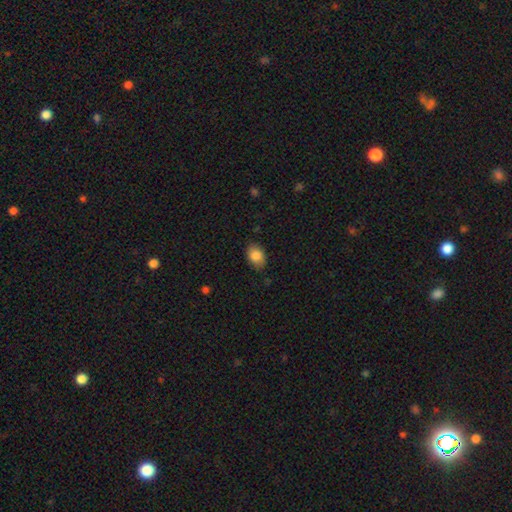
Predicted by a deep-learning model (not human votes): Smooth or featured? Predicted: smooth (p=0.86). How rounded? Predicted: in between (p=0.78). Merging? Predicted: none (p=0.81).